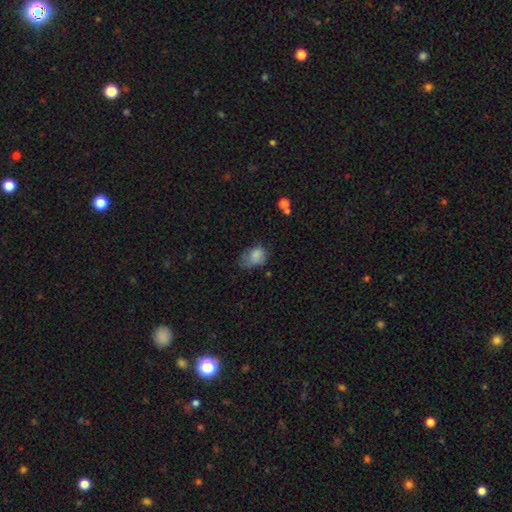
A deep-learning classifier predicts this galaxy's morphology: A smooth galaxy with no disk features (78%) that is in between round and cigar-shaped (71%).

Vote fractions:
- Smooth or featured? smooth: 78% / featured or disk: 11% / star or artifact: 11%
- How rounded? in between: 71% / round: 28% / cigar-shaped: 1%
- Merging? minor disturbance: 37% / none: 35% / major disturbance: 25% / merger: 3%